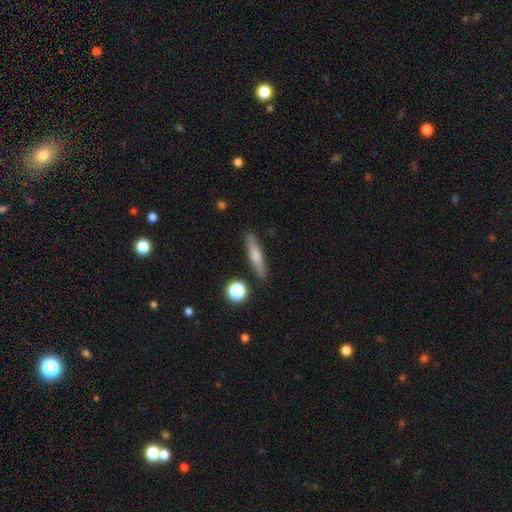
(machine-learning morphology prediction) Smooth or featured? Predicted: smooth (p=0.64). How rounded? Predicted: cigar-shaped (p=0.86). Merging? Predicted: none (p=0.88).